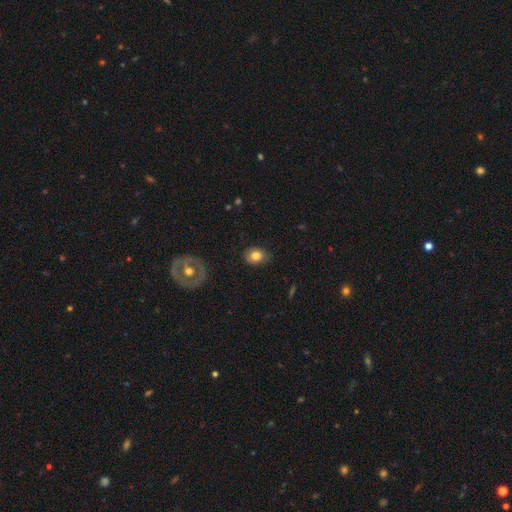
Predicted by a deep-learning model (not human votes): This is clearly a smooth galaxy (80%). How rounded: possibly in between (56%). Merging: clearly none (82%).